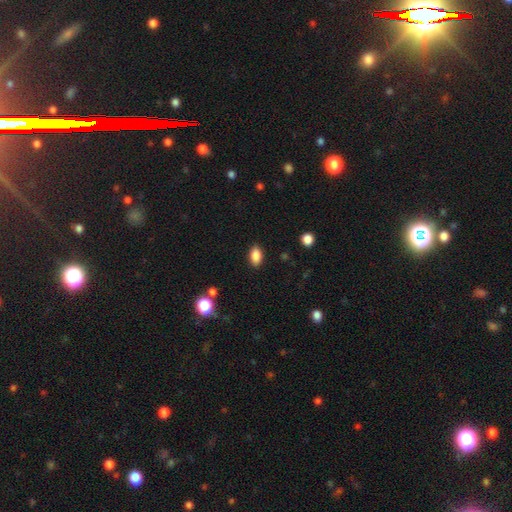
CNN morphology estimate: Smooth or featured? smooth (87%)
How rounded? in between (90%)
Merging? none (88%)